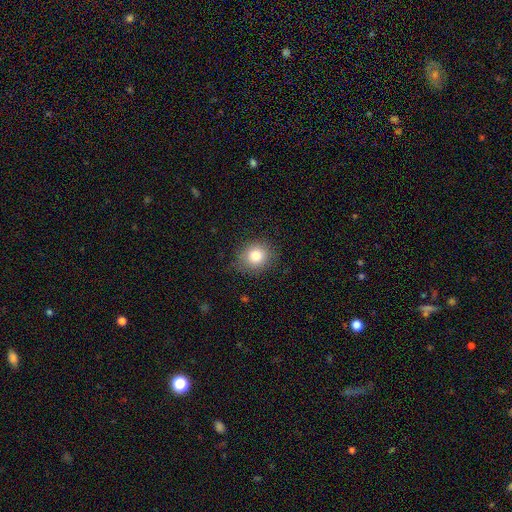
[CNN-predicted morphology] Smooth or featured?
  - smooth: 82% *
  - star or artifact: 10%
  - featured or disk: 8%
How rounded?
  - round: 77% *
  - in between: 22%
  - cigar-shaped: 1%
Merging?
  - none: 82% *
  - minor disturbance: 14%
  - major disturbance: 4%
  - merger: 1%